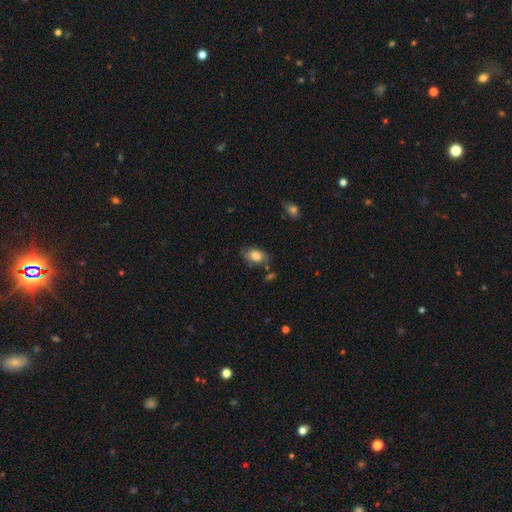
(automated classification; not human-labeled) Smooth or featured: smooth — 75% (featured or disk — 17%)
How rounded: in between — 87% (round — 11%)
Merging: none — 66% (minor disturbance — 23%)